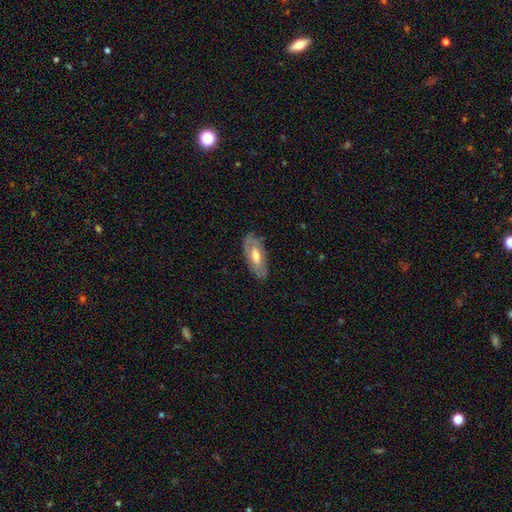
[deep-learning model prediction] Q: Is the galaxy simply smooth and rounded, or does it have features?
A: featured or disk — 60%.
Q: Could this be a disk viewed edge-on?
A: no — 82%.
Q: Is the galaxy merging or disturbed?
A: none — 80%.